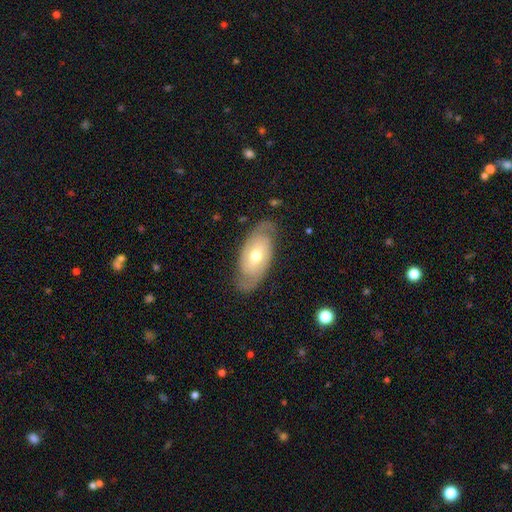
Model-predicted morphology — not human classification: featured or disk 71%, smooth 23%, star or artifact 6%. Down the decision tree: edge-on disk — no (91%); bar — no (71%); spiral arms — yes (84%); spiral arm count — 2 (82%); spiral winding — tight (46%); bulge size — moderate (70%); merging — none (79%).